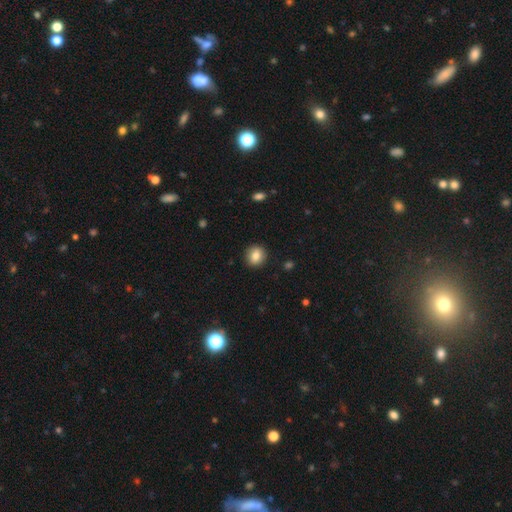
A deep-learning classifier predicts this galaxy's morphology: A smooth galaxy with no disk features (83%) that is round (87%).

Vote fractions:
- Smooth or featured? smooth: 83% / star or artifact: 9% / featured or disk: 8%
- How rounded? round: 87% / in between: 12% / cigar-shaped: 1%
- Merging? none: 91% / minor disturbance: 6% / major disturbance: 2% / merger: 1%